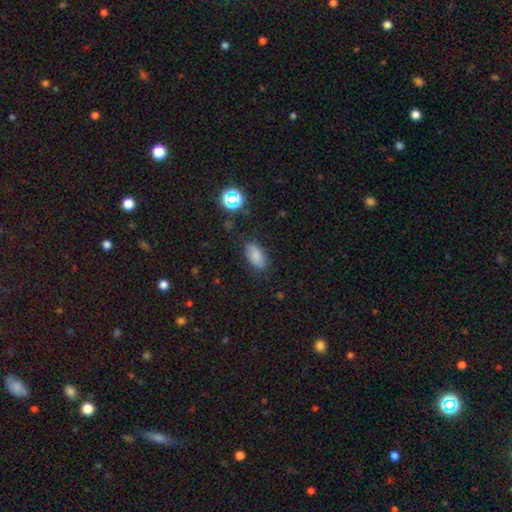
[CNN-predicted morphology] A smooth galaxy with no disk features (77%) that is in between round and cigar-shaped (91%).

Vote fractions:
- Smooth or featured? smooth: 77% / star or artifact: 12% / featured or disk: 11%
- How rounded? in between: 91% / round: 6% / cigar-shaped: 3%
- Merging? none: 78% / minor disturbance: 16% / major disturbance: 4% / merger: 2%